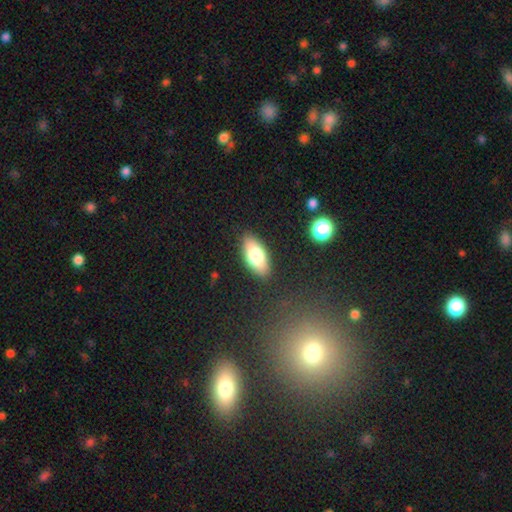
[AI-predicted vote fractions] smooth 76%, featured or disk 17%, star or artifact 7%. Down the decision tree: how rounded — in between (90%); merging — none (87%).